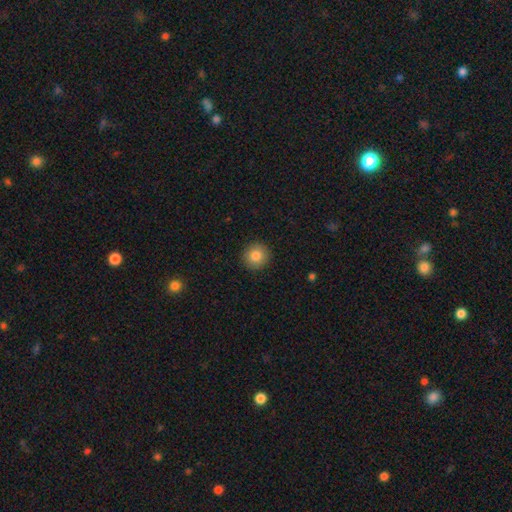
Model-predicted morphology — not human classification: type=smooth (84%); roundness=round (93%); merging=none (91%).